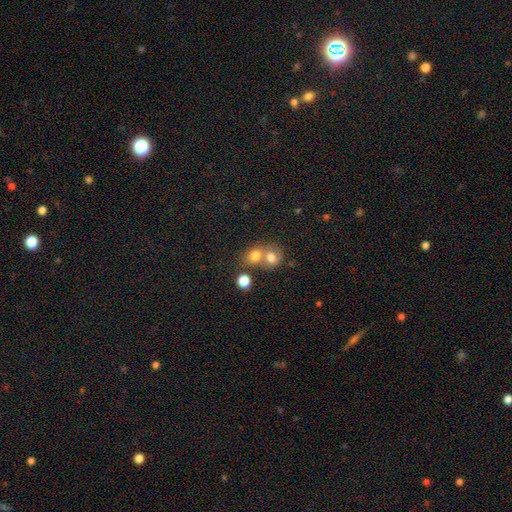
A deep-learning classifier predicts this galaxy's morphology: The model was most divided on "merging": merger: 59%, none: 31%, minor disturbance: 7%, major disturbance: 3%. More confident: smooth or featured — smooth (74%); how rounded — round (66%).